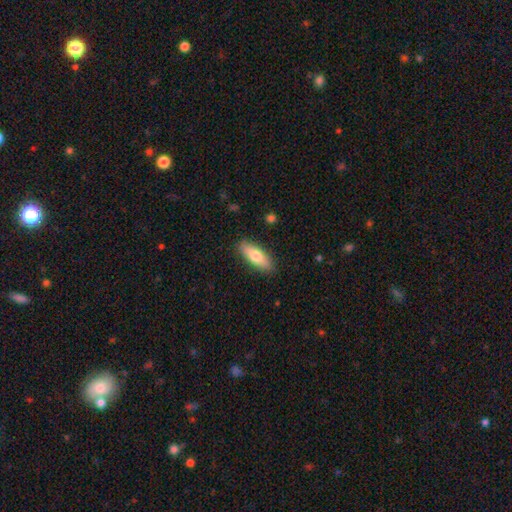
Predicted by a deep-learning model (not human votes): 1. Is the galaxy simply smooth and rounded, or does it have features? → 73% smooth, 21% featured or disk, 6% star or artifact.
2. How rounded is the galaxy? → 61% in between, 37% cigar-shaped, 2% round.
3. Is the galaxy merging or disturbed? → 88% none, 9% minor disturbance, 2% major disturbance, 1% merger.